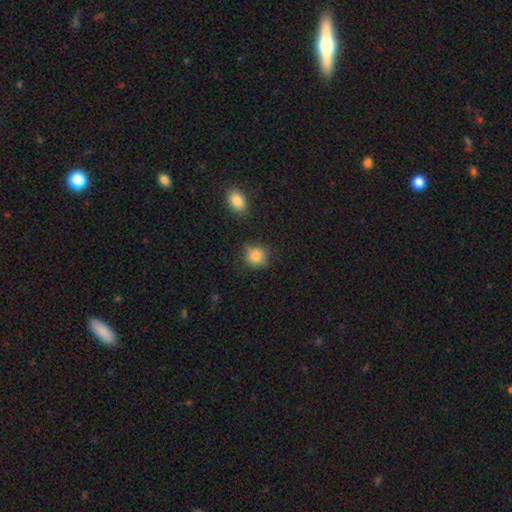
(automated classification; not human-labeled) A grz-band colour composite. It shows a smooth galaxy with no disk features (85%) that is round (85%). Merging: none (80%).